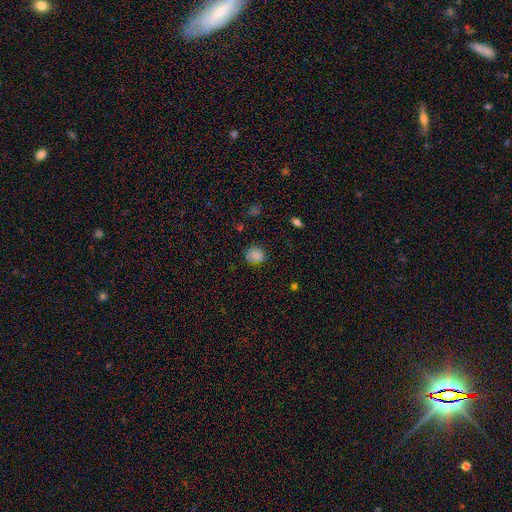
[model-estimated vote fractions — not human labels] The model was most divided on "how rounded": round: 81%, in between: 18%, cigar-shaped: 1%. More confident: smooth or featured — smooth (83%); merging — none (82%).